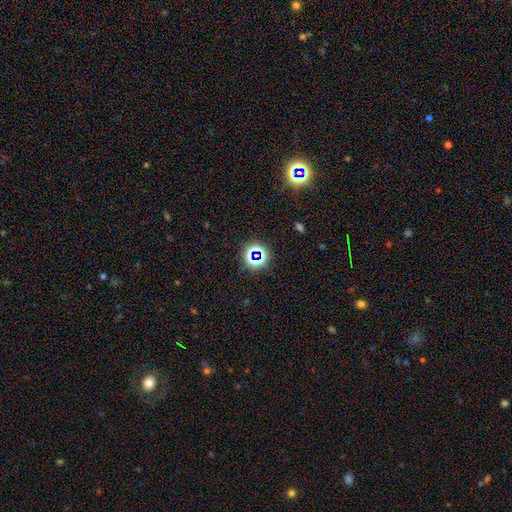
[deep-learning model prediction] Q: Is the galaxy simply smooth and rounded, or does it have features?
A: star or artifact — 69%.